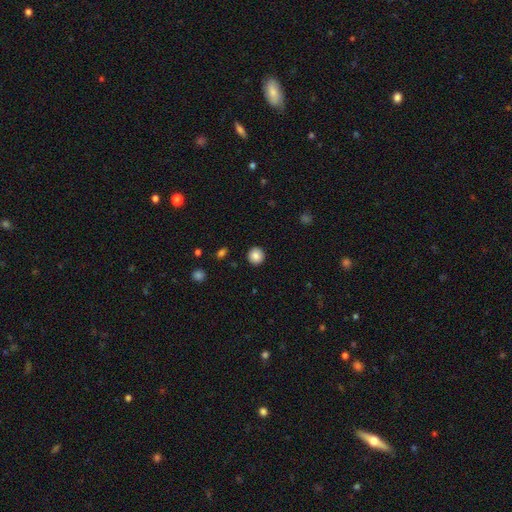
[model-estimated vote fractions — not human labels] Smooth or featured? smooth (87%)
How rounded? round (93%)
Merging? none (92%)